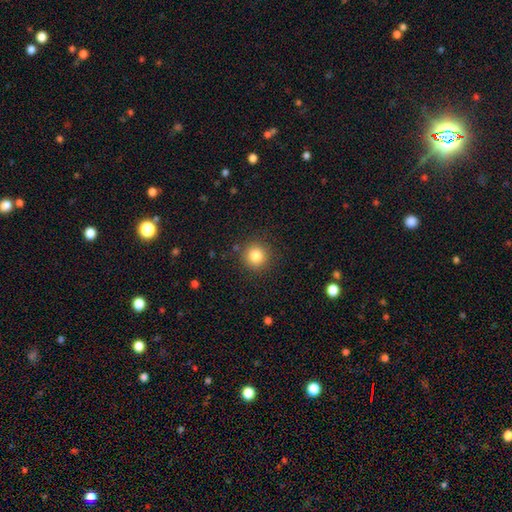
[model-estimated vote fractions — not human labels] Morphology: type=smooth (83%); roundness=round (94%); merging=none (88%).